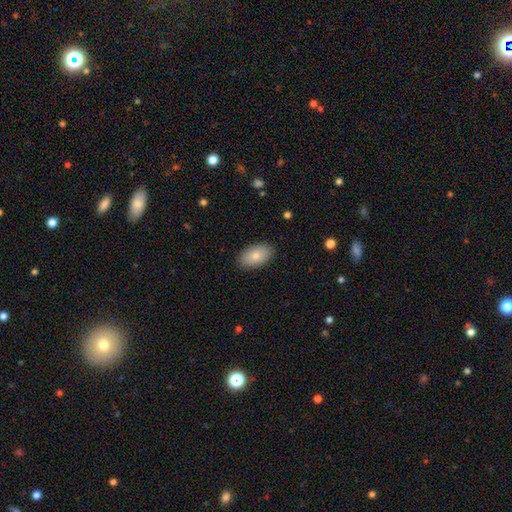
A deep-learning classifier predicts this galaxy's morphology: type=smooth (82%); roundness=in between (94%); merging=none (88%).